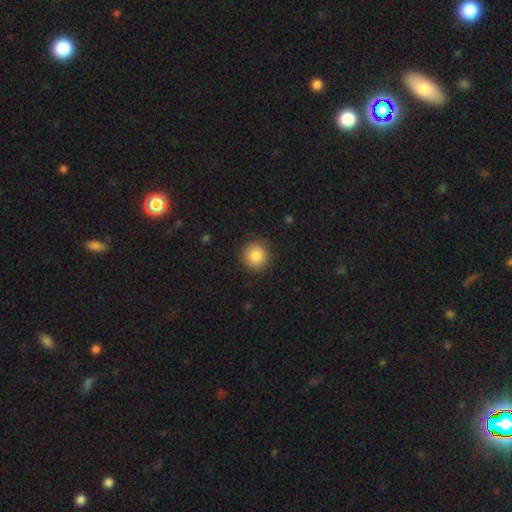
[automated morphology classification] A smooth galaxy with no disk features (86%) that is round (94%).

Vote fractions:
- Smooth or featured? smooth: 86% / star or artifact: 9% / featured or disk: 6%
- How rounded? round: 94% / in between: 5% / cigar-shaped: 1%
- Merging? none: 89% / minor disturbance: 7% / major disturbance: 2% / merger: 1%